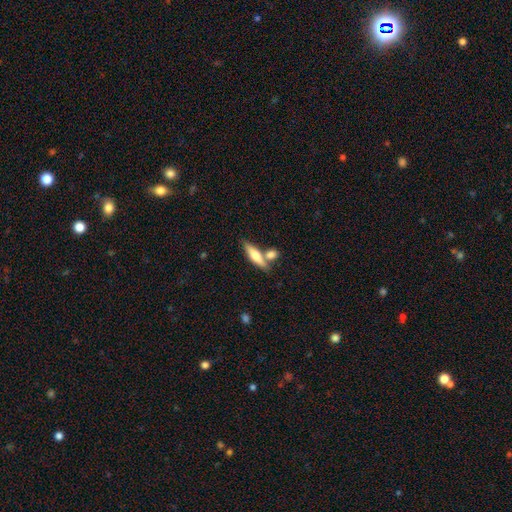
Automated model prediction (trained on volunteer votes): Morphology: type=smooth (58%); roundness=cigar-shaped (63%); merging=none (58%).